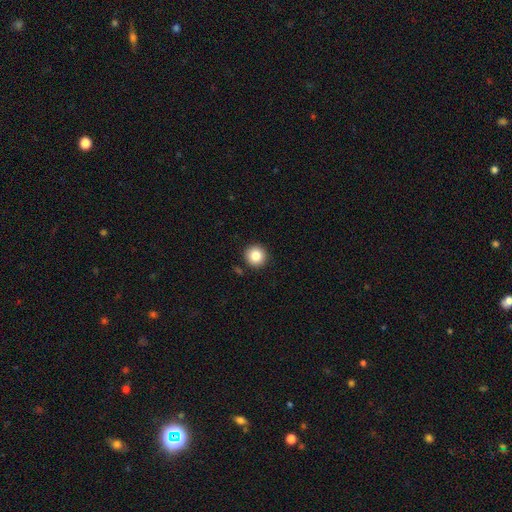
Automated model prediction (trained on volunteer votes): smooth_or_featured: smooth (p=0.84) [alt: star or artifact p=0.09]
how_rounded: round (p=0.96) [alt: in between p=0.04]
merging: none (p=0.91) [alt: minor disturbance p=0.05]